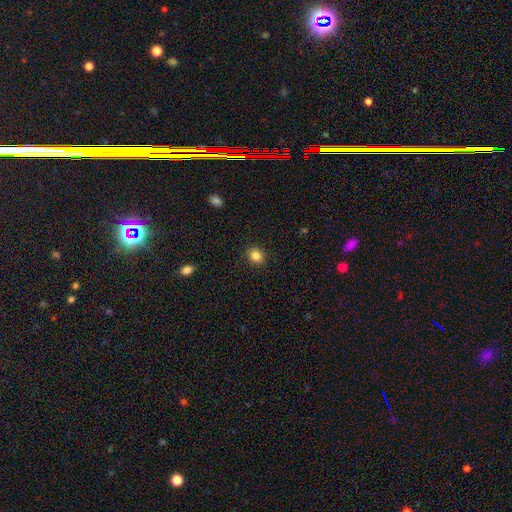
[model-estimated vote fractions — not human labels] Morphology: type=smooth (84%); roundness=round (70%); merging=none (91%).